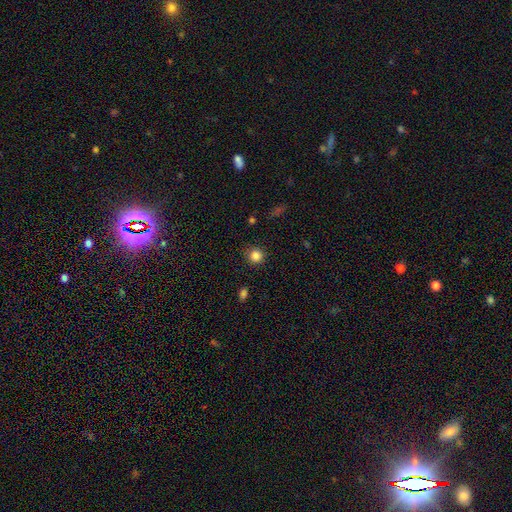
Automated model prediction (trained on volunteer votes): Q: Smooth or featured?
A: smooth (85%); runner-up: star or artifact (11%)
Q: How rounded?
A: round (93%); runner-up: in between (6%)
Q: Merging?
A: none (89%); runner-up: minor disturbance (7%)